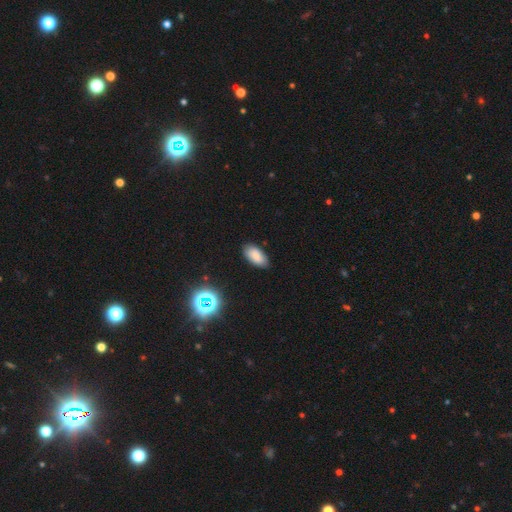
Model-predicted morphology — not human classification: Overall: smooth (83%). How rounded: in between (94%). Merging: none (83%).